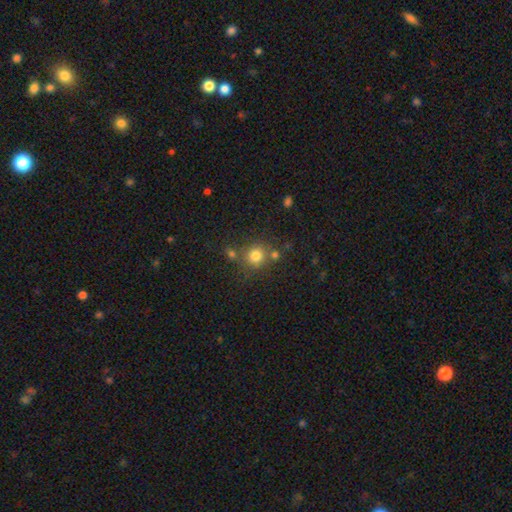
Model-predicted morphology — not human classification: smooth-or-featured: smooth: 78% | star or artifact: 14% | featured or disk: 8%
  how-rounded: round: 88% | in between: 11% | cigar-shaped: 1%
  merging: none: 66% | merger: 18% | minor disturbance: 11% | major disturbance: 5%